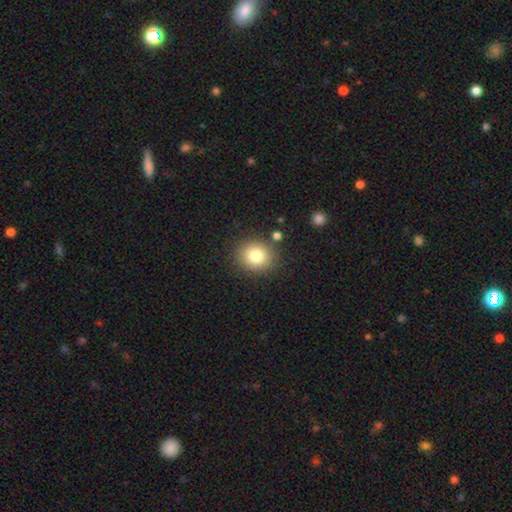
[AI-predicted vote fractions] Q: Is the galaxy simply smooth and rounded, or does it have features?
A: smooth — 80%.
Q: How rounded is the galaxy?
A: round — 81%.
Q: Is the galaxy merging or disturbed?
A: none — 85%.